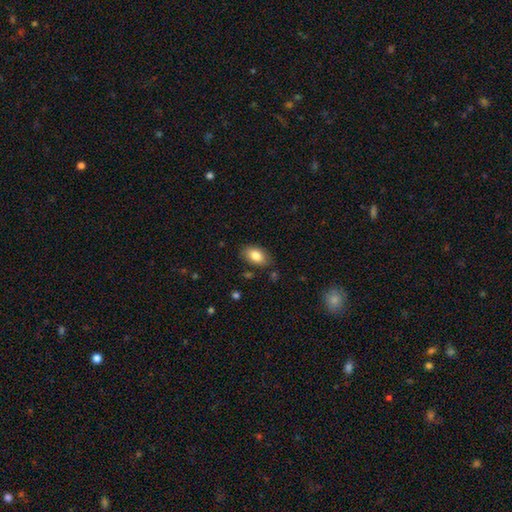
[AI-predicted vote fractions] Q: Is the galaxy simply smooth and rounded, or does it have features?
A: smooth — 84%.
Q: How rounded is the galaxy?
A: in between — 91%.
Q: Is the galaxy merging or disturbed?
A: none — 80%.